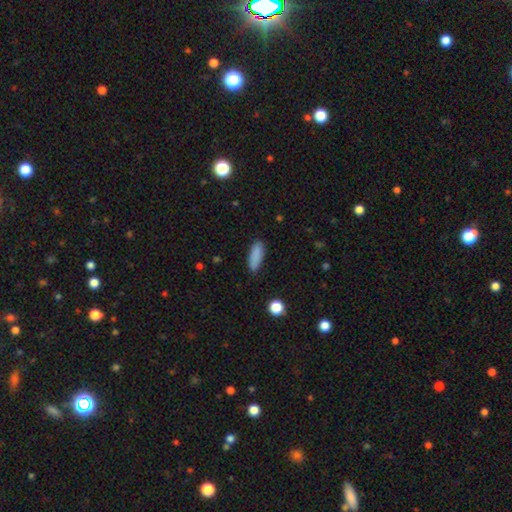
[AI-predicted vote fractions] Overall: smooth (87%). How rounded: in between (62%; cigar-shaped 35%). Merging: none (85%).